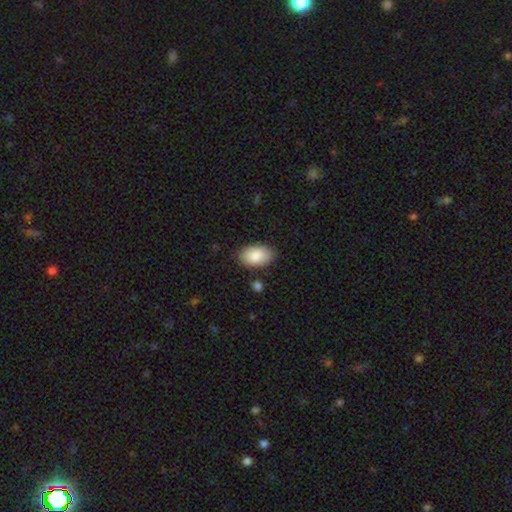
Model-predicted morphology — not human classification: Overall: smooth (87%). How rounded: in between (93%). Merging: none (84%).